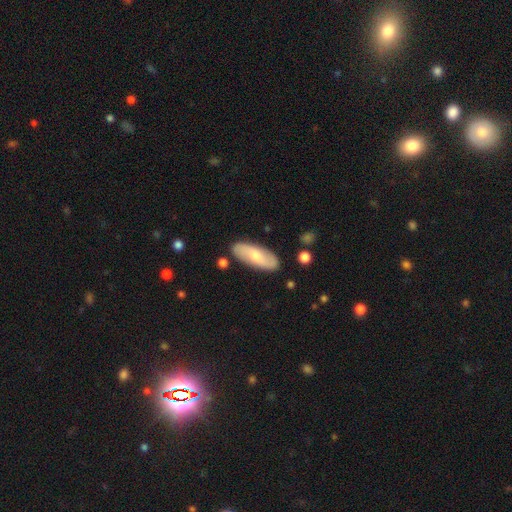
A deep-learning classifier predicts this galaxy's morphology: Smooth or featured?
  - smooth: 58% *
  - featured or disk: 36%
  - star or artifact: 5%
How rounded?
  - in between: 70% *
  - cigar-shaped: 27%
  - round: 2%
Merging?
  - none: 85% *
  - minor disturbance: 10%
  - merger: 3%
  - major disturbance: 2%